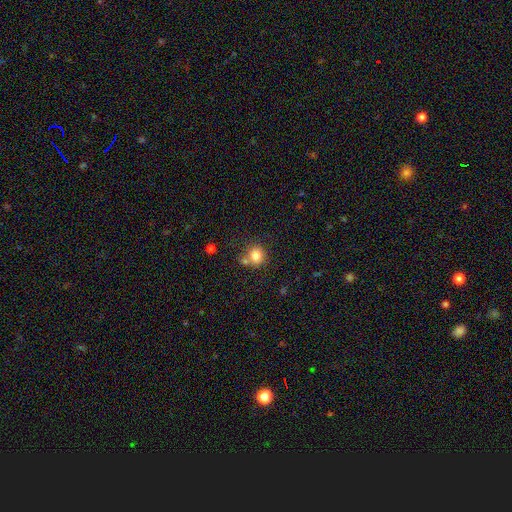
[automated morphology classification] A smooth galaxy with no disk features (82%) that is round (78%).

Vote fractions:
- Smooth or featured? smooth: 82% / star or artifact: 11% / featured or disk: 8%
- How rounded? round: 78% / in between: 22% / cigar-shaped: 1%
- Merging? none: 59% / merger: 23% / minor disturbance: 13% / major disturbance: 4%